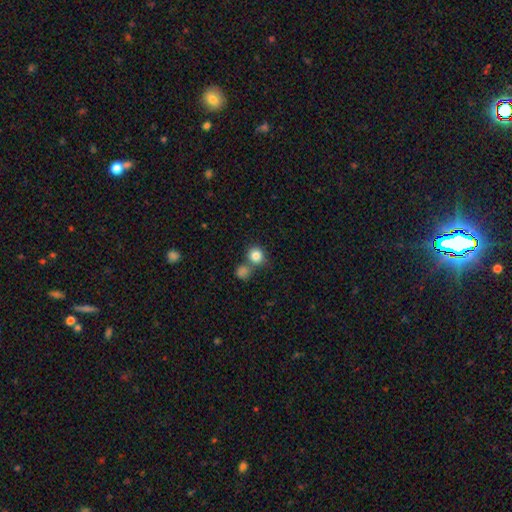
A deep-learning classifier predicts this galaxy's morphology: Smooth or featured? Predicted: smooth (p=0.84). How rounded? Predicted: round (p=0.86). Merging? Predicted: none (p=0.59).